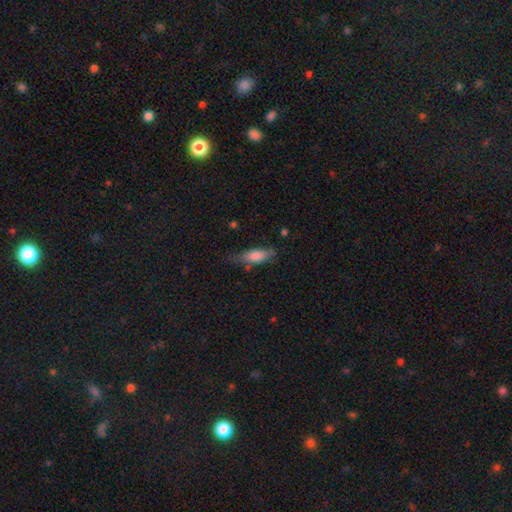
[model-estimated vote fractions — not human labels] Smooth or featured? Predicted: smooth (p=0.72). How rounded? Predicted: in between (p=0.60). Merging? Predicted: none (p=0.56).